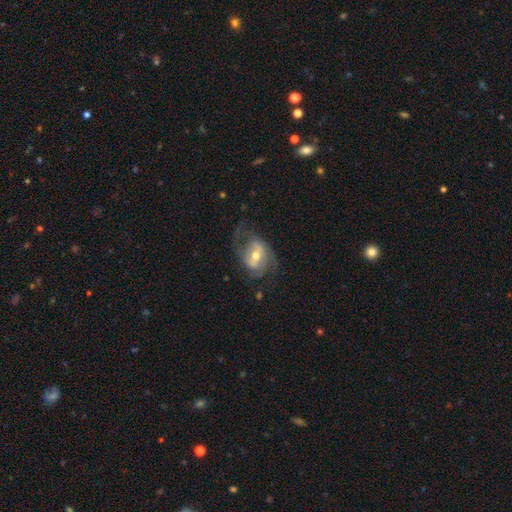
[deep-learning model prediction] Smooth or featured? featured or disk (73%)
Edge-on disk? no (95%)
Bar? weak (44%)
Spiral arms? yes (80%)
Spiral winding? medium (43%)
Spiral arm count? 2 (65%)
Bulge size? moderate (68%)
Merging? none (52%)